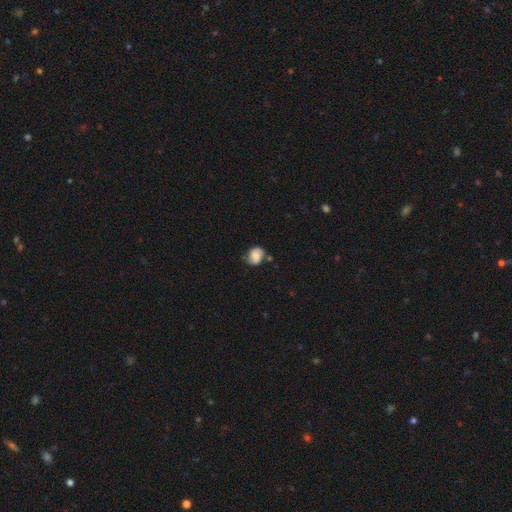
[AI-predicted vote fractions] This appears to be a smooth galaxy with no disk features (52%) that is round (53%). Merging: none (63%).